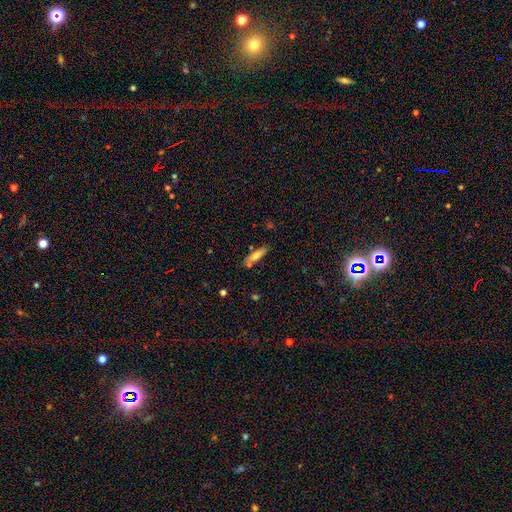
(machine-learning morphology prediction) Q: Smooth or featured?
A: smooth (67%); runner-up: featured or disk (26%)
Q: How rounded?
A: cigar-shaped (66%); runner-up: in between (32%)
Q: Merging?
A: none (75%); runner-up: minor disturbance (15%)